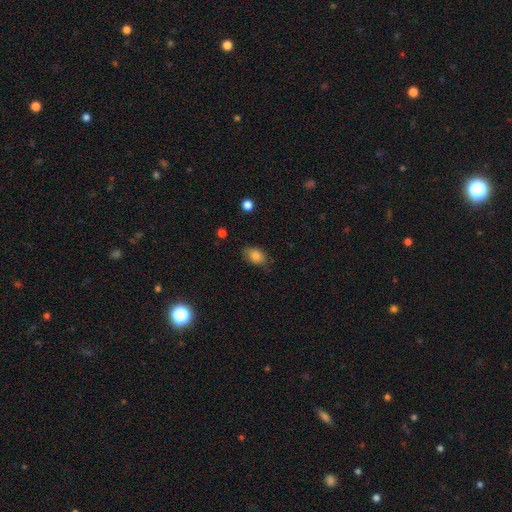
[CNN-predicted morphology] This appears to be a smooth galaxy with no disk features (84%) that is in between round and cigar-shaped (86%). Merging: none (75%).